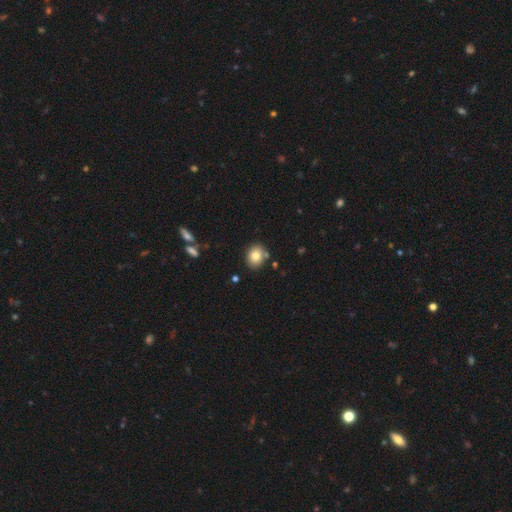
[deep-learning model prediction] Smooth or featured?
  - smooth: 79% *
  - featured or disk: 11%
  - star or artifact: 10%
How rounded?
  - round: 60% *
  - in between: 39%
  - cigar-shaped: 1%
Merging?
  - none: 80% *
  - minor disturbance: 11%
  - merger: 7%
  - major disturbance: 2%